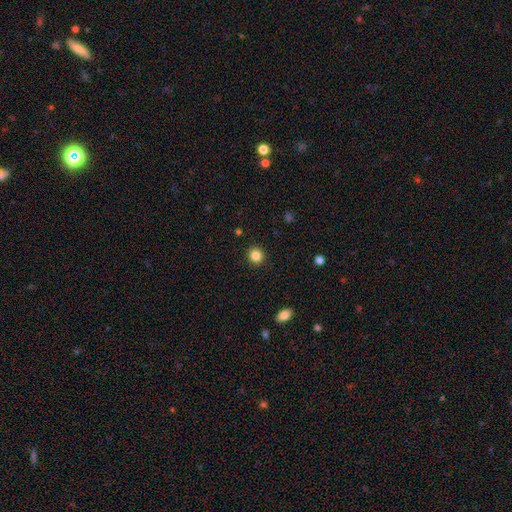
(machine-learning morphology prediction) This is clearly a smooth galaxy (84%). How rounded: clearly round (90%). Merging: clearly none (92%).